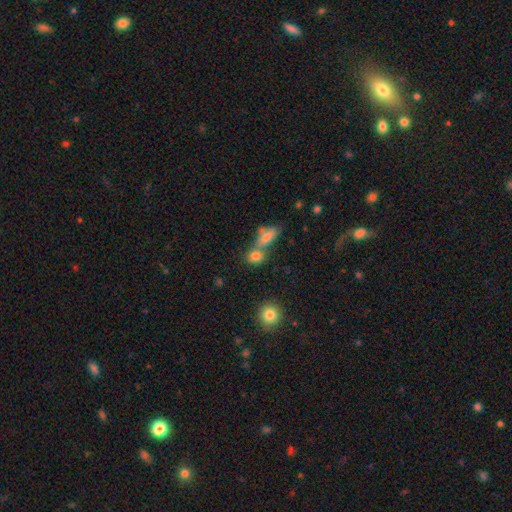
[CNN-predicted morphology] Smooth or featured: smooth — 79% (star or artifact — 12%)
How rounded: in between — 49% (round — 46%)
Merging: none — 46% (merger — 41%)